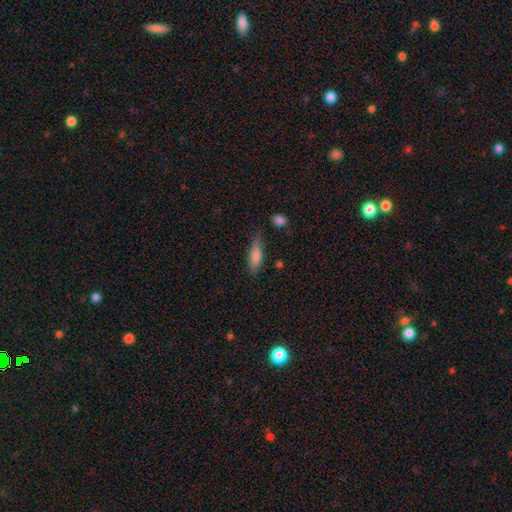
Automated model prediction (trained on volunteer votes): This appears to be a smooth galaxy with no disk features (76%) that is cigar-shaped (60%). Merging: none (73%).